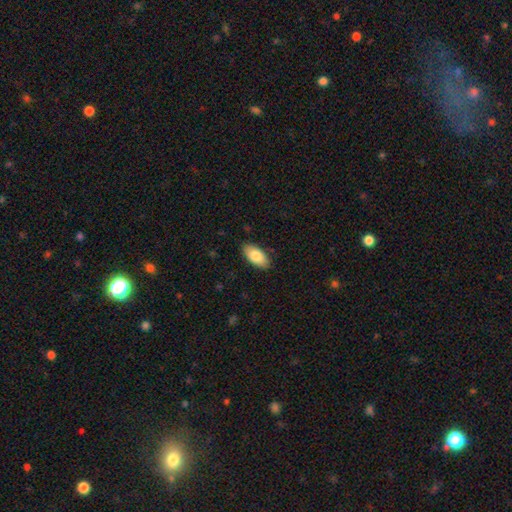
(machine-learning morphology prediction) Smooth or featured: smooth — 84% (featured or disk — 10%)
How rounded: in between — 93% (cigar-shaped — 5%)
Merging: none — 86% (minor disturbance — 11%)